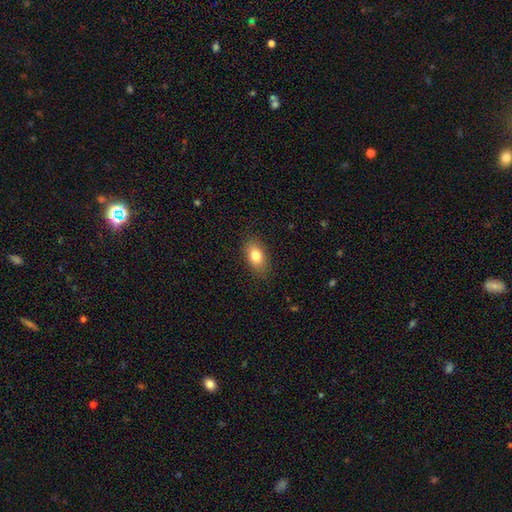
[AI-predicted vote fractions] A smooth galaxy with no disk features (81%) that is in between round and cigar-shaped (85%).

Vote fractions:
- Smooth or featured? smooth: 81% / featured or disk: 10% / star or artifact: 9%
- How rounded? in between: 85% / round: 12% / cigar-shaped: 3%
- Merging? none: 86% / minor disturbance: 11% / major disturbance: 3% / merger: 1%